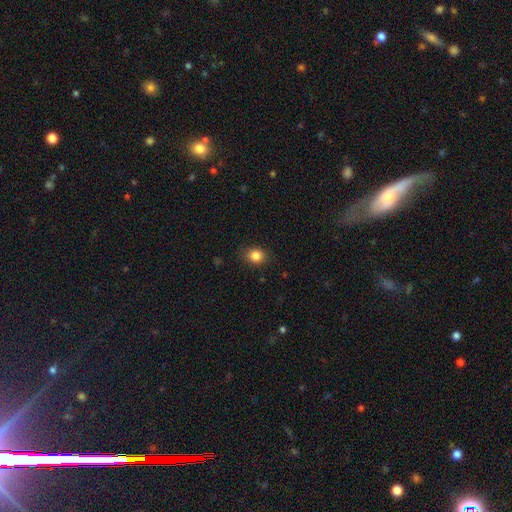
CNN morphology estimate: The model was most divided on "how rounded": round: 67%, in between: 32%, cigar-shaped: 1%. More confident: merging — none (87%); smooth or featured — smooth (84%).